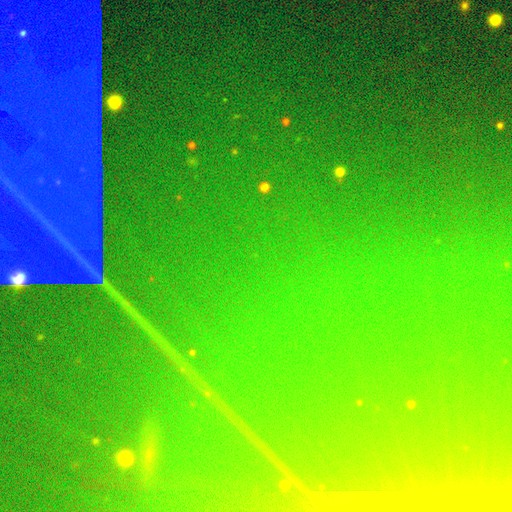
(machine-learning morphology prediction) This appears to be a star or artifact, not a galaxy (84%).